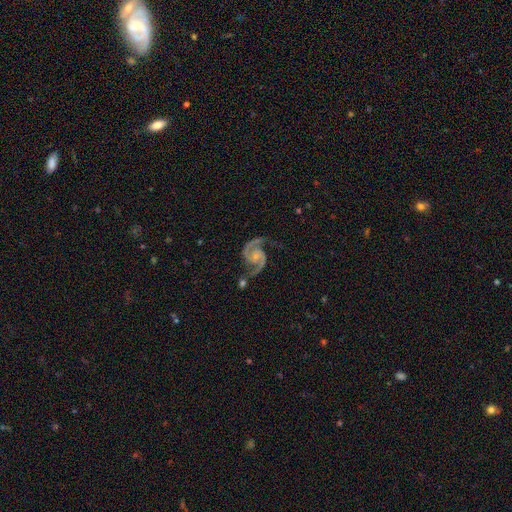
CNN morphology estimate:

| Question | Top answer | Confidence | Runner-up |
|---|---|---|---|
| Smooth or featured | featured or disk | 94% | star or artifact (4%) |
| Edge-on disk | no | 98% | yes (2%) |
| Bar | no | 64% | weak (28%) |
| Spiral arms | yes | 99% | no (1%) |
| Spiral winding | medium | 63% | loose (21%) |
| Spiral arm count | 2 | 95% | 3 (1%) |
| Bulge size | small | 63% | moderate (22%) |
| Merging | none | 71% | minor disturbance (17%) |